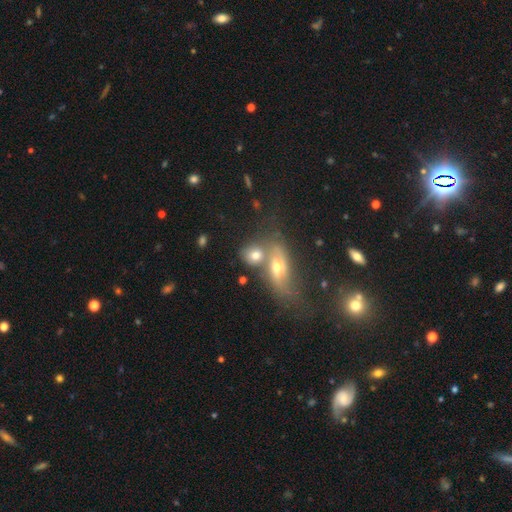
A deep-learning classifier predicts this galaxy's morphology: Overall: smooth (64%; featured or disk 26%). How rounded: in between (55%; round 39%). Merging: merger (49%; none 34%).